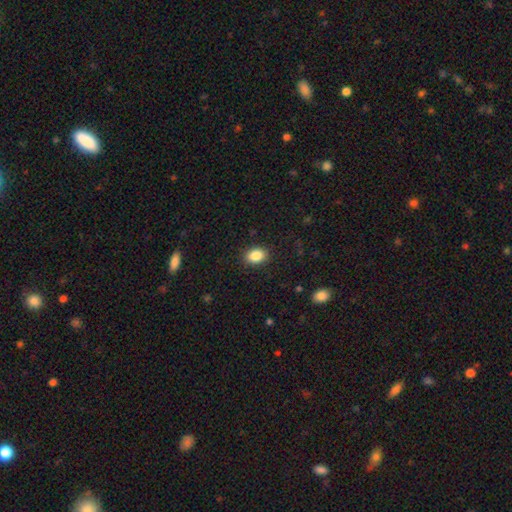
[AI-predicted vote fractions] A smooth galaxy with no disk features (87%) that is in between round and cigar-shaped (76%).

Vote fractions:
- Smooth or featured? smooth: 87% / star or artifact: 9% / featured or disk: 4%
- How rounded? in between: 76% / round: 23% / cigar-shaped: 1%
- Merging? none: 89% / minor disturbance: 8% / major disturbance: 2% / merger: 1%